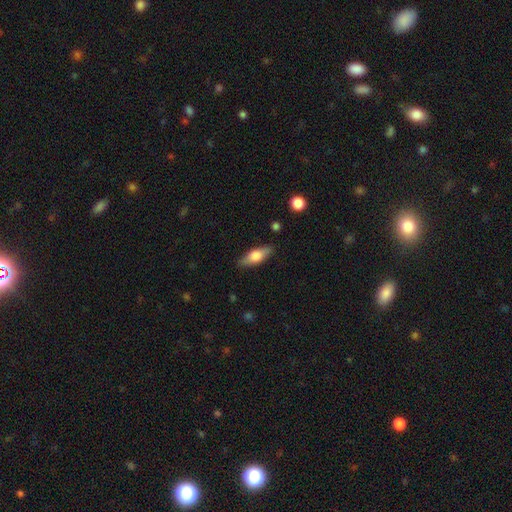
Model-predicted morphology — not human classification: smooth 61%, featured or disk 33%, star or artifact 6%. Down the decision tree: how rounded — in between (68%); merging — none (84%).